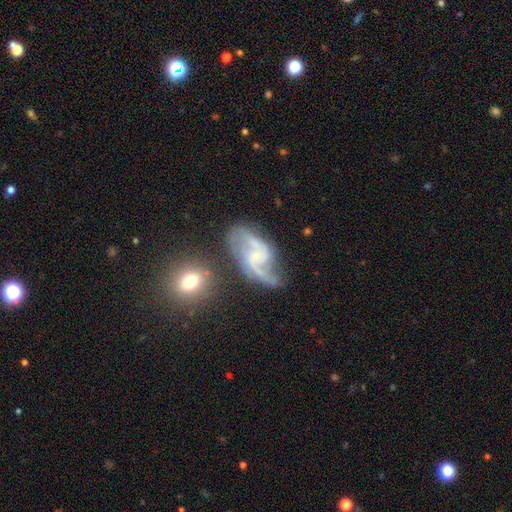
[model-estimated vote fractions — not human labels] Smooth or featured? featured or disk (89%)
Edge-on disk? no (97%)
Bar? no (46%)
Spiral arms? yes (97%)
Spiral winding? medium (49%)
Spiral arm count? 2 (83%)
Bulge size? small (74%)
Merging? none (60%)